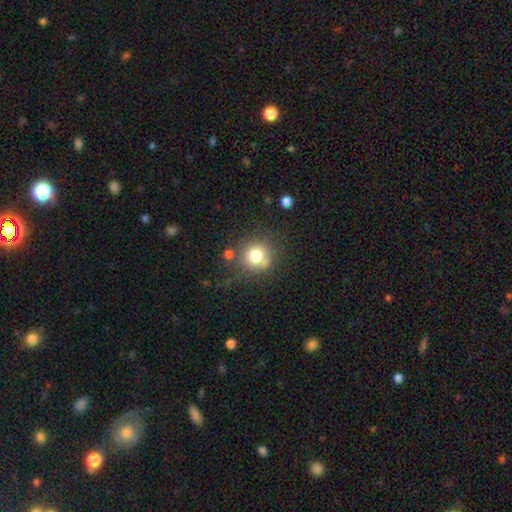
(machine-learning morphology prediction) smooth 77%, star or artifact 13%, featured or disk 11%. Down the decision tree: how rounded — round (89%); merging — none (70%).